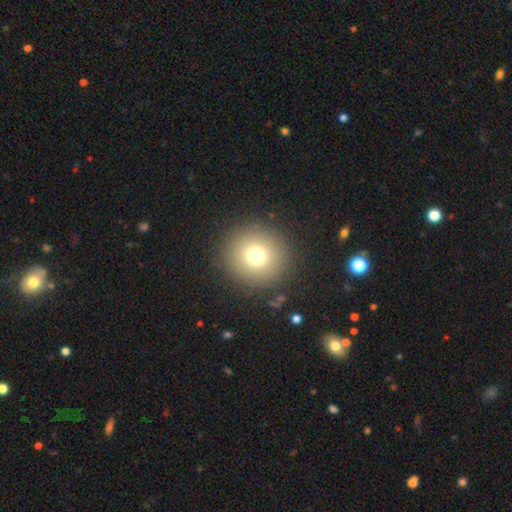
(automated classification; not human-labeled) Smooth or featured? Predicted: smooth (p=0.74). How rounded? Predicted: round (p=0.94). Merging? Predicted: none (p=0.89).